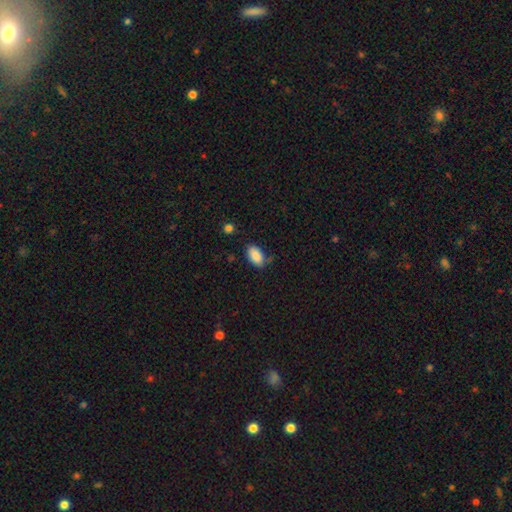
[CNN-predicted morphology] Smooth or featured?
  - smooth: 88% *
  - star or artifact: 7%
  - featured or disk: 5%
How rounded?
  - in between: 93% *
  - round: 5%
  - cigar-shaped: 2%
Merging?
  - none: 67% *
  - minor disturbance: 24%
  - major disturbance: 6%
  - merger: 3%